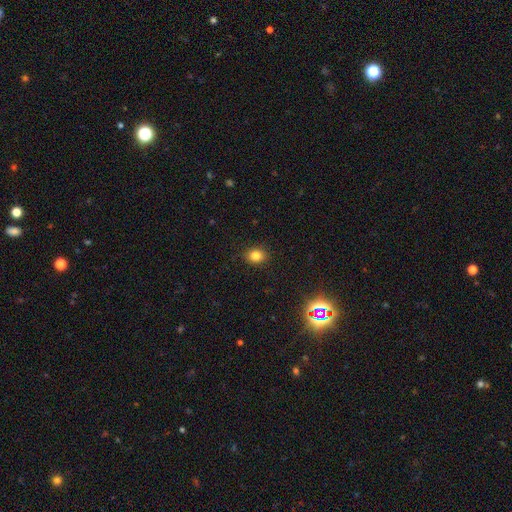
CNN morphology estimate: Overall: smooth (82%). How rounded: round (57%; in between 42%). Merging: none (89%).